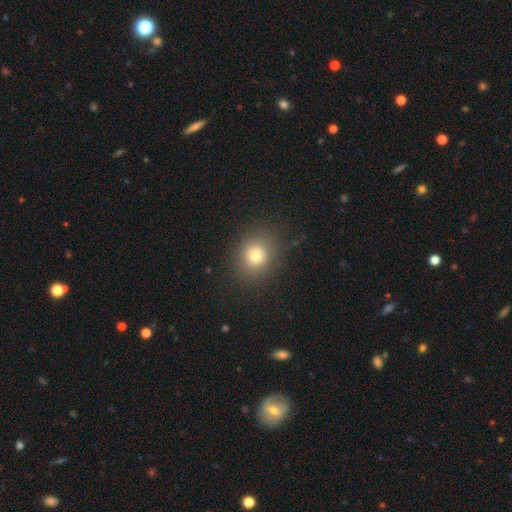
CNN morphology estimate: Smooth or featured? Predicted: smooth (p=0.76). How rounded? Predicted: round (p=0.69). Merging? Predicted: none (p=0.85).